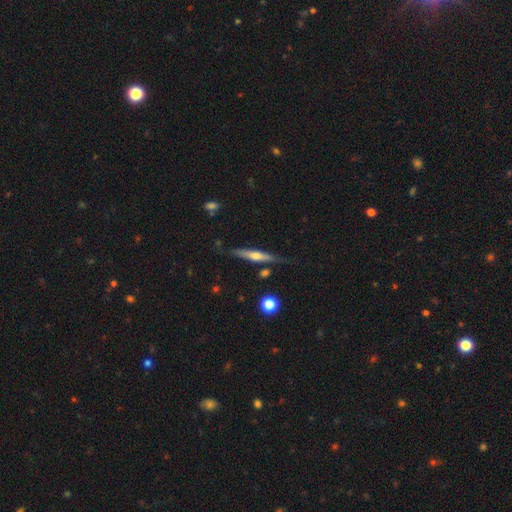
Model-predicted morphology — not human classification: Smooth or featured? featured or disk (58%)
Edge-on disk? yes (94%)
Edge-on bulge? rounded (73%)
Merging? none (77%)